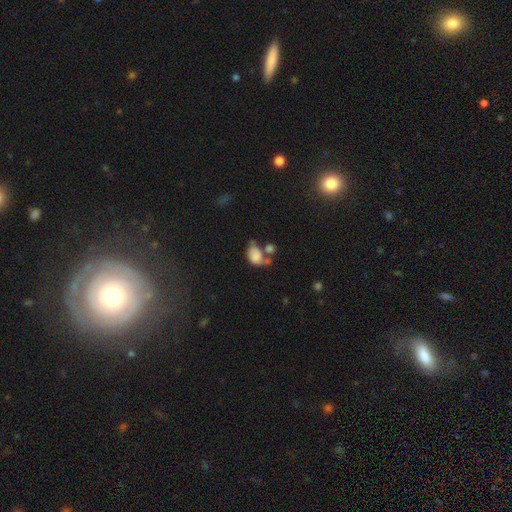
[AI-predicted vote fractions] Smooth or featured? smooth (73%)
How rounded? in between (76%)
Merging? merger (41%)